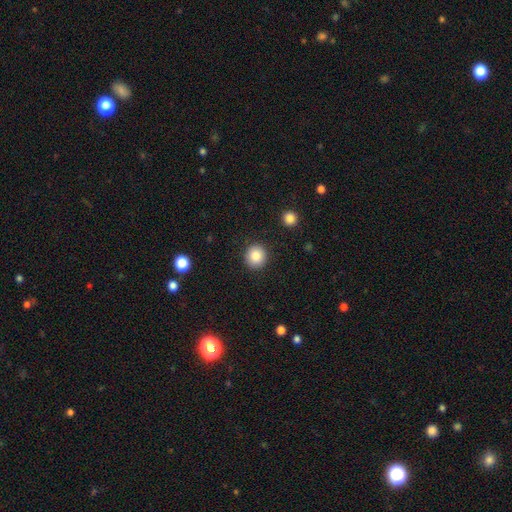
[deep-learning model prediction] Smooth or featured?
  - smooth: 86% *
  - star or artifact: 9%
  - featured or disk: 5%
How rounded?
  - round: 91% *
  - in between: 8%
  - cigar-shaped: 1%
Merging?
  - none: 91% *
  - minor disturbance: 6%
  - major disturbance: 2%
  - merger: 1%